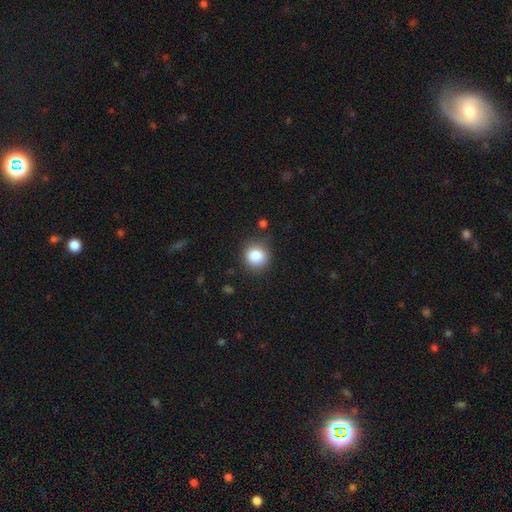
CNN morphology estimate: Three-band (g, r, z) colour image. It shows a smooth galaxy with no disk features (84%) that is round (88%). Merging: none (85%).